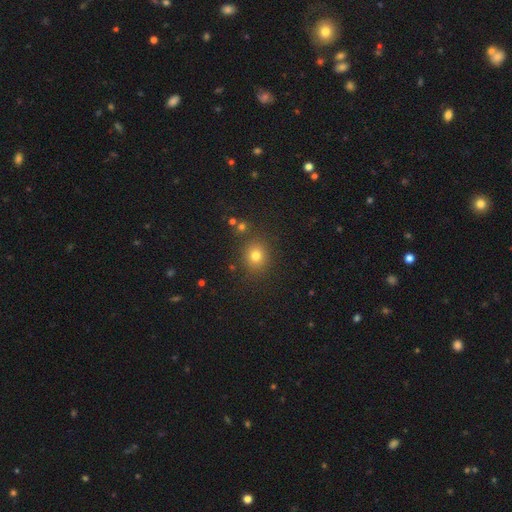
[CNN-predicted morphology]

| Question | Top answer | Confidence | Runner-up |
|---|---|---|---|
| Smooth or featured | smooth | 77% | star or artifact (16%) |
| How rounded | round | 80% | in between (19%) |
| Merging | none | 84% | minor disturbance (9%) |